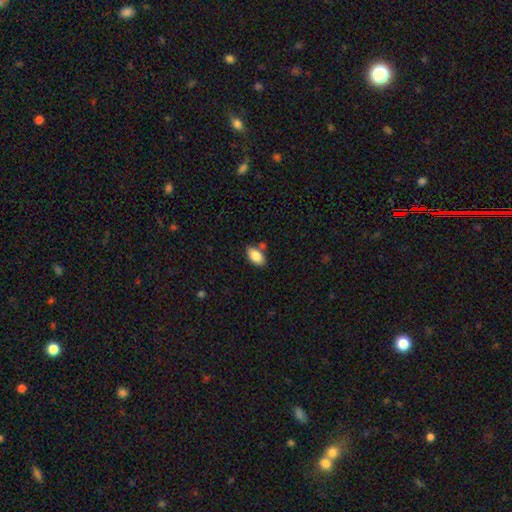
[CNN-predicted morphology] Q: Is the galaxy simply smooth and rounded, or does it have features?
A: smooth — 85%.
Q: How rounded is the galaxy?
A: in between — 93%.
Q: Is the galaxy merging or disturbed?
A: none — 74%.